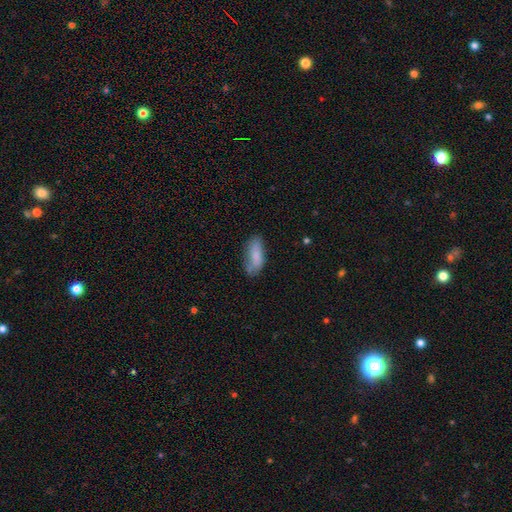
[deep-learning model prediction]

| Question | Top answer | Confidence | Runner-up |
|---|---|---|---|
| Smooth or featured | smooth | 79% | featured or disk (14%) |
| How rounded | in between | 74% | cigar-shaped (24%) |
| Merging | none | 59% | minor disturbance (29%) |